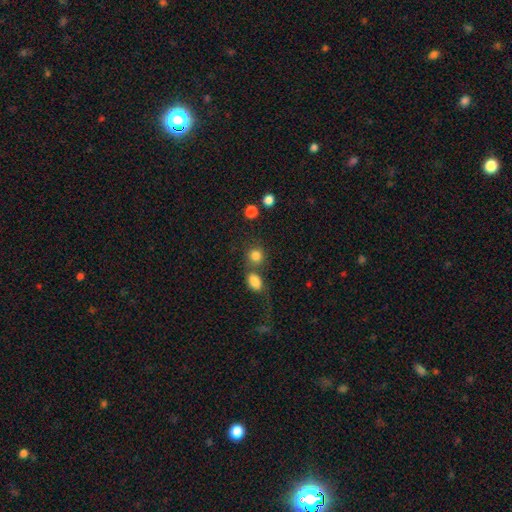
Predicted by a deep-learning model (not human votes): A smooth galaxy with no disk features (83%) that is round (80%). Merging: none (55%).